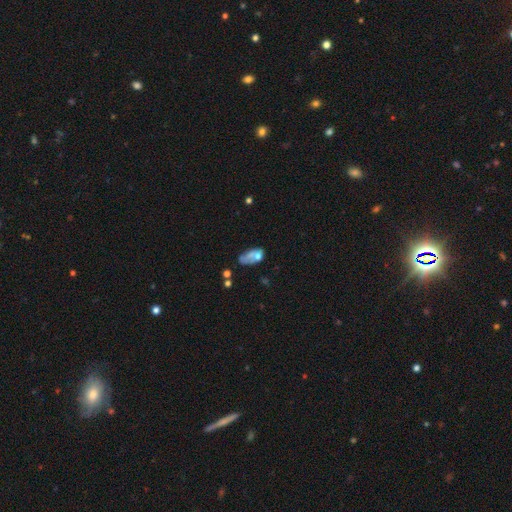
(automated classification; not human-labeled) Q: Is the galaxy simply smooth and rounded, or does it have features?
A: smooth — 53%.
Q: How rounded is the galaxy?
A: in between — 87%.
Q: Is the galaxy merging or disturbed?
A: none — 29%.